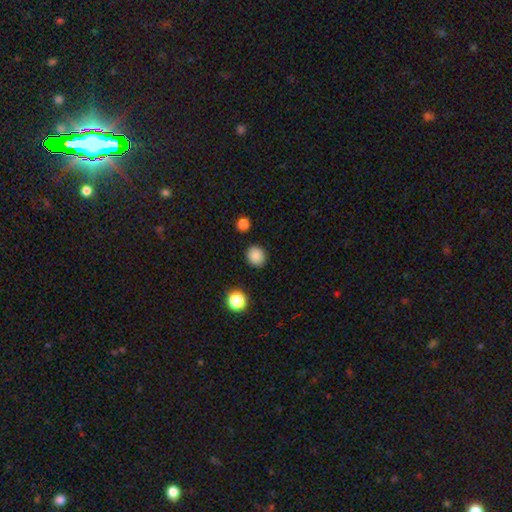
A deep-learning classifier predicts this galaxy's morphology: smooth 86%, star or artifact 10%, featured or disk 4%. Down the decision tree: how rounded — round (75%); merging — none (89%).